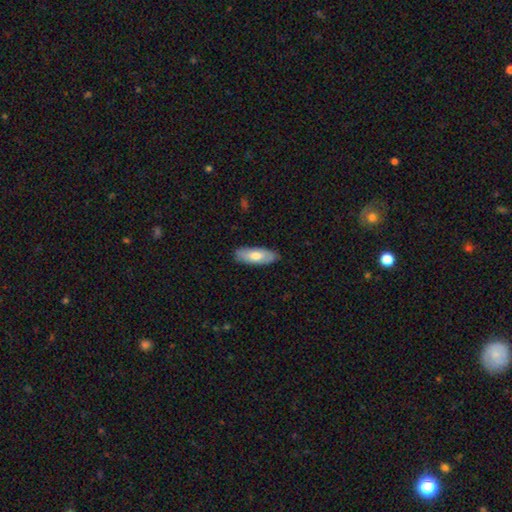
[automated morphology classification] A smooth galaxy with no disk features (71%) that is in between round and cigar-shaped (74%).

Vote fractions:
- Smooth or featured? smooth: 71% / featured or disk: 24% / star or artifact: 6%
- How rounded? in between: 74% / cigar-shaped: 24% / round: 2%
- Merging? none: 87% / minor disturbance: 11% / major disturbance: 2% / merger: 1%